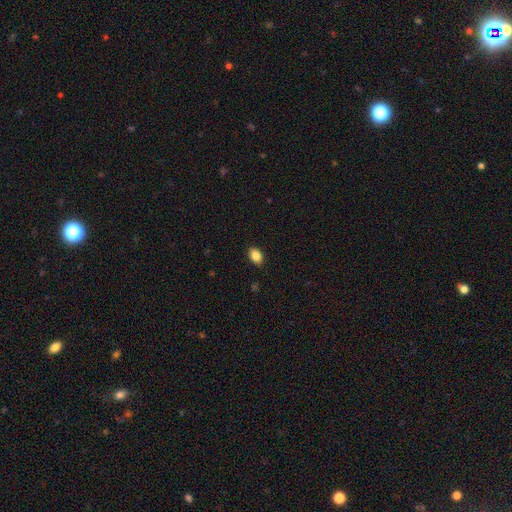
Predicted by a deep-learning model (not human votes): This is clearly a smooth galaxy (87%). How rounded: clearly in between (82%). Merging: clearly none (89%).